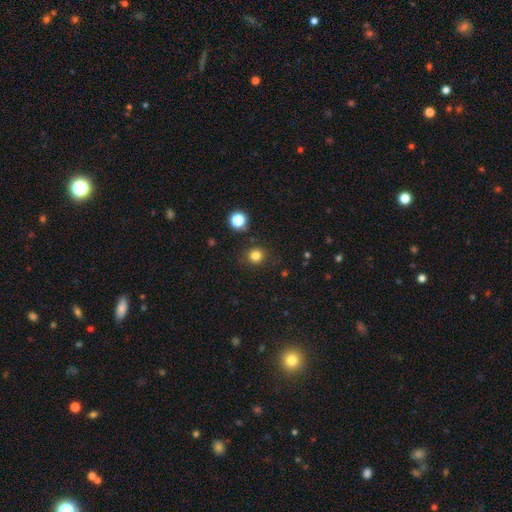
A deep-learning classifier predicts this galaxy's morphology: This appears to be a smooth galaxy with no disk features (81%) that is round (91%). Merging: none (87%).